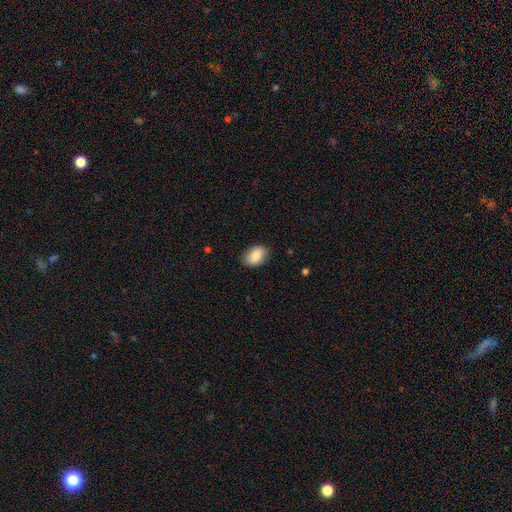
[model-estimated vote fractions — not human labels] Q: Smooth or featured?
A: smooth (85%); runner-up: featured or disk (8%)
Q: How rounded?
A: in between (87%); runner-up: round (12%)
Q: Merging?
A: none (84%); runner-up: minor disturbance (12%)